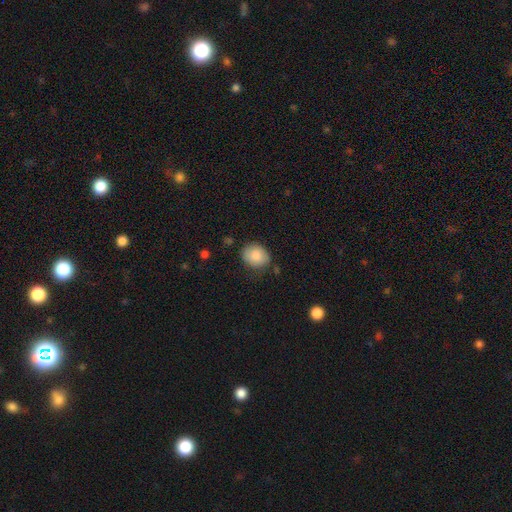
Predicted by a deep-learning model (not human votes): A smooth galaxy with no disk features (85%) that is round (63%). Merging: none (75%).